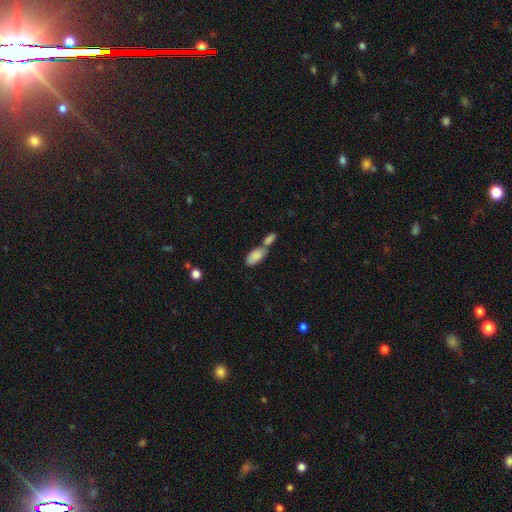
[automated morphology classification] The model was most divided on "merging": merger: 61%, none: 26%, minor disturbance: 9%, major disturbance: 4%. More confident: how rounded — in between (91%); smooth or featured — smooth (84%).